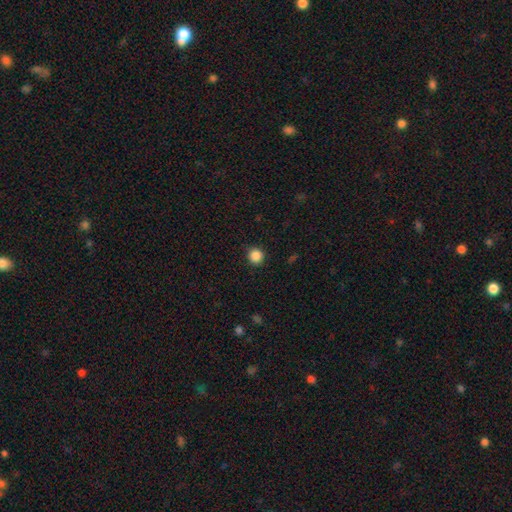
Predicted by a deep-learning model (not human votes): smooth_or_featured: smooth (p=0.86) [alt: star or artifact p=0.11]
how_rounded: round (p=0.93) [alt: in between p=0.06]
merging: none (p=0.91) [alt: minor disturbance p=0.06]